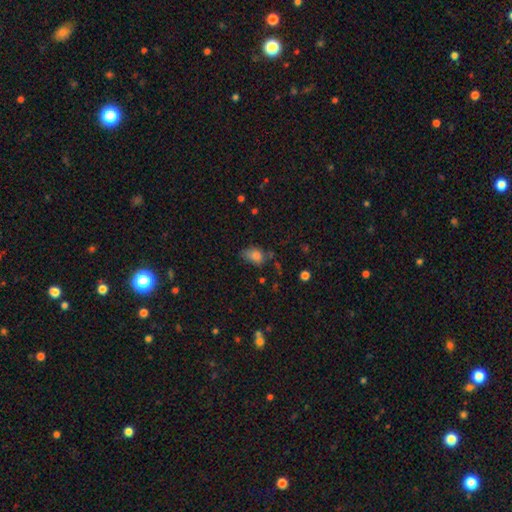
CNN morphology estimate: smooth_or_featured: smooth (p=0.80) [alt: star or artifact p=0.11]
how_rounded: in between (p=0.79) [alt: round p=0.19]
merging: none (p=0.48) [alt: minor disturbance p=0.34]